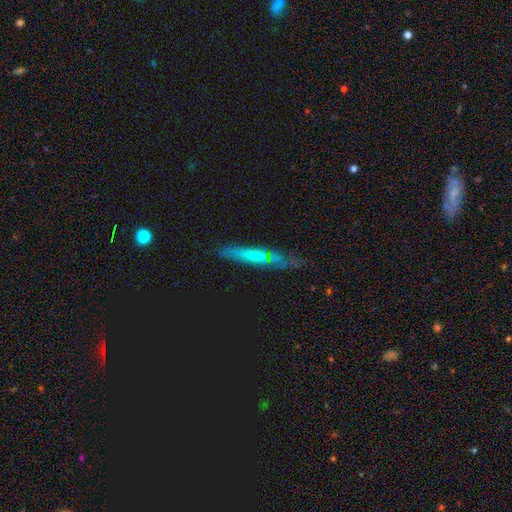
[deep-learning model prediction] featured or disk 49%, smooth 33%, star or artifact 18%. Down the decision tree: merging — none (72%).